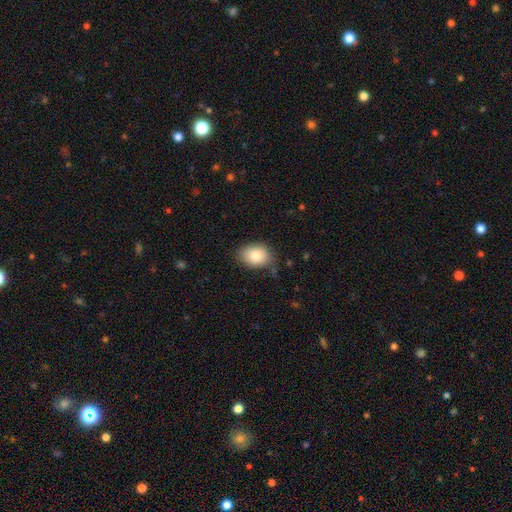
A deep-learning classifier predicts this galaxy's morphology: Overall: smooth (83%). How rounded: in between (68%; round 31%). Merging: none (74%).